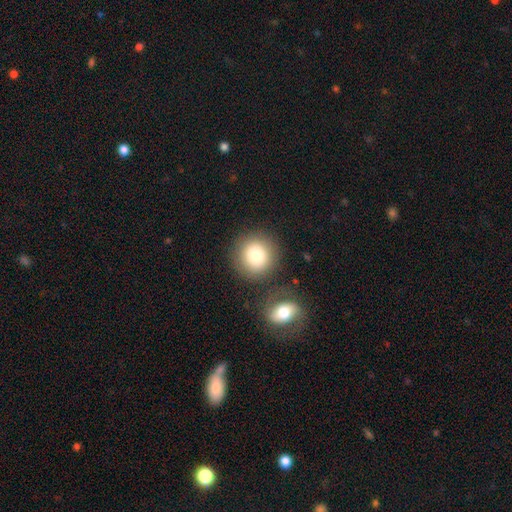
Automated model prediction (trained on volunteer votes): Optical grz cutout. It shows a smooth galaxy with no disk features (82%) that is round (91%). Merging: none (78%).